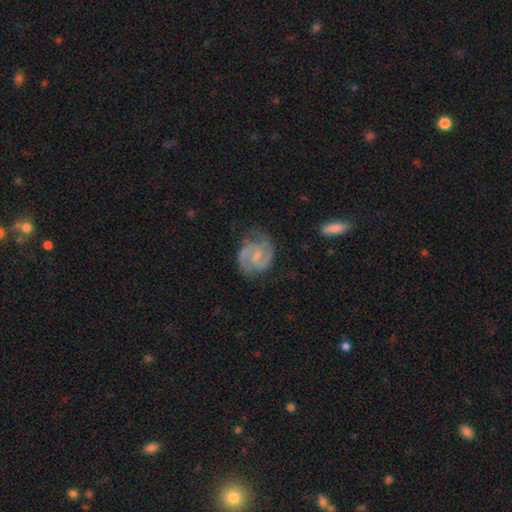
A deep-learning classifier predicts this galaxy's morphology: A featured or disk galaxy (82%) with a weak bar (58%), 2 (86%) medium (51%) spiral arms (95%) and a small central bulge (47%). Merging: none (69%).